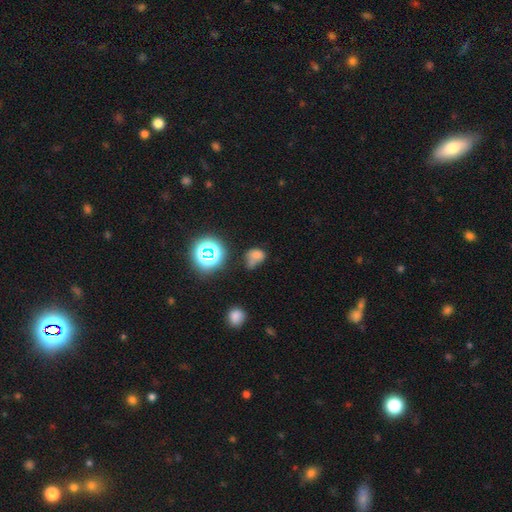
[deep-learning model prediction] This is likely a smooth galaxy (61%). How rounded: likely in between (63%). Merging: marginally none (31%).